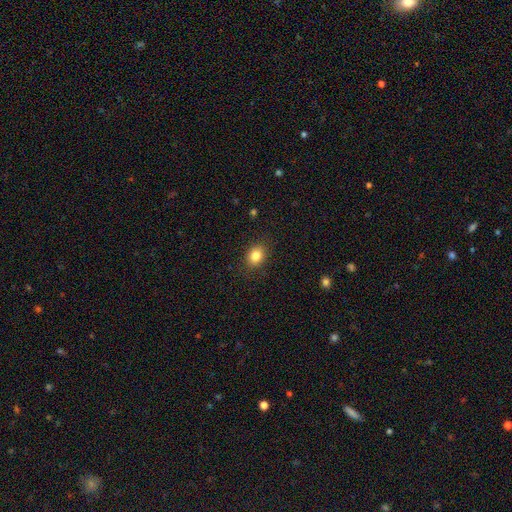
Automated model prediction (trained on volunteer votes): Smooth or featured? Predicted: smooth (p=0.84). How rounded? Predicted: in between (p=0.58). Merging? Predicted: none (p=0.87).